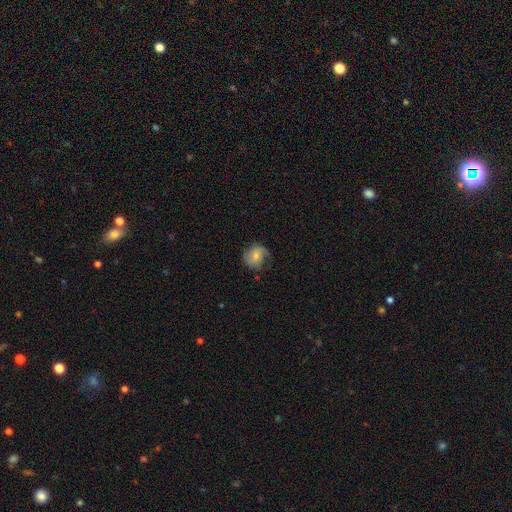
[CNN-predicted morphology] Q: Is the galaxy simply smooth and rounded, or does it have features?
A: smooth — 54%.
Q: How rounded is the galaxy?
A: round — 71%.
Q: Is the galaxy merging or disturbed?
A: none — 60%.